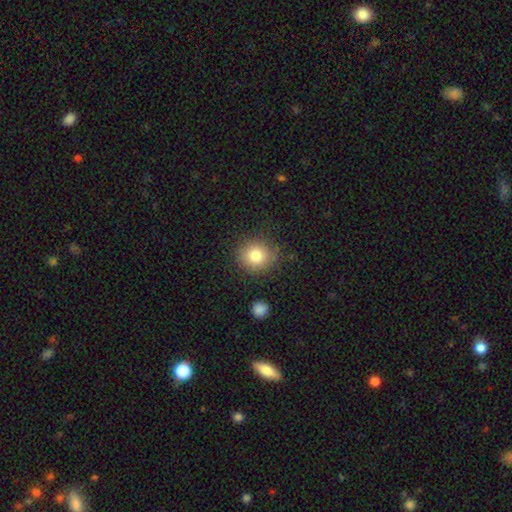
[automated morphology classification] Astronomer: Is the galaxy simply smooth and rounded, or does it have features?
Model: smooth — 81%.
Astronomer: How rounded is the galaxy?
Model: round — 89%.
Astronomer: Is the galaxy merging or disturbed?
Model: none — 83%.